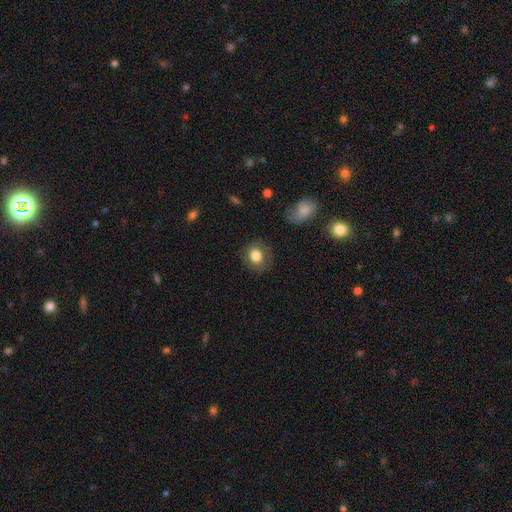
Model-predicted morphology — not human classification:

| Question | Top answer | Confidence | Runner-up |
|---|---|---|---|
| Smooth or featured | smooth | 77% | featured or disk (14%) |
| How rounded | round | 75% | in between (24%) |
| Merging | none | 81% | minor disturbance (13%) |